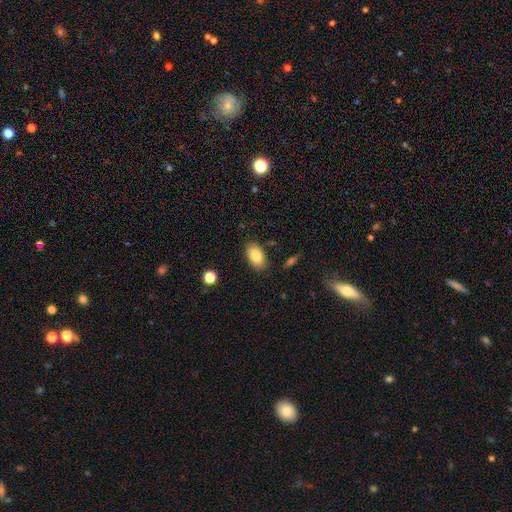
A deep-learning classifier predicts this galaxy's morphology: Smooth or featured? Predicted: smooth (p=0.85). How rounded? Predicted: in between (p=0.93). Merging? Predicted: none (p=0.84).